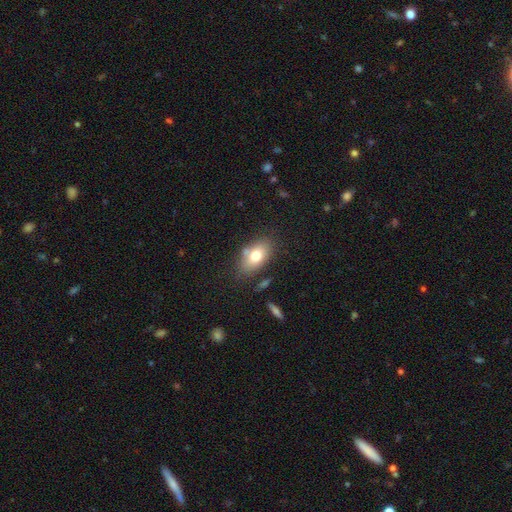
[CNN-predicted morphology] This appears to be a smooth galaxy with no disk features (74%) that is in between round and cigar-shaped (88%). Merging: none (72%).